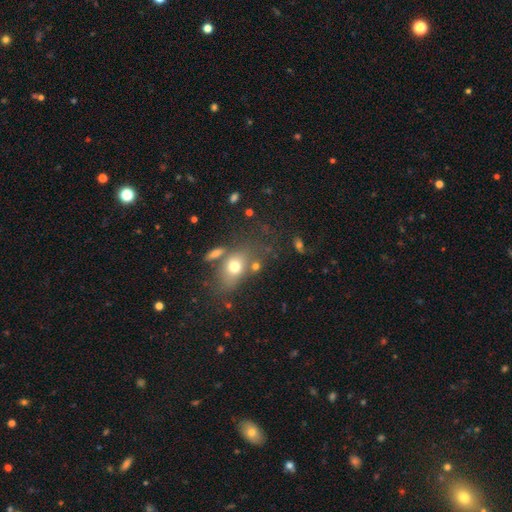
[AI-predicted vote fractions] Smooth or featured? Predicted: smooth (p=0.45). Merging? Predicted: none (p=0.43).